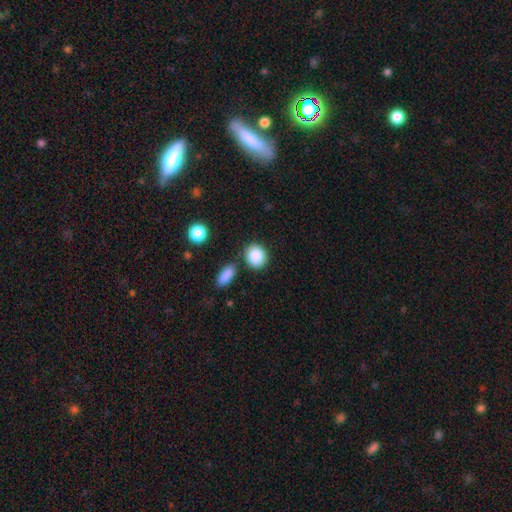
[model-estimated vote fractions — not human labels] A smooth galaxy with no disk features (88%) that is round (64%). Merging: none (77%).